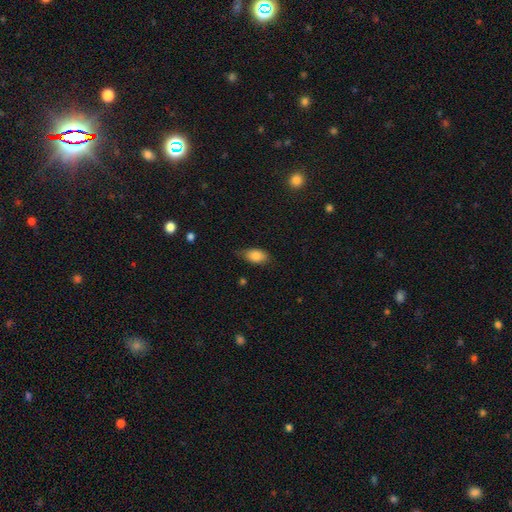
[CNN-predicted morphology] Overall: smooth (84%). How rounded: in between (90%). Merging: none (70%).